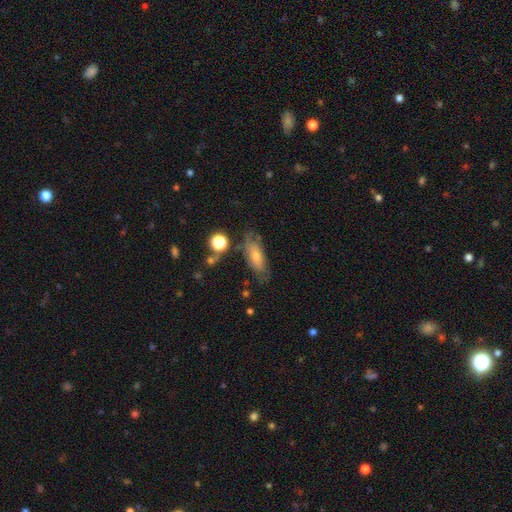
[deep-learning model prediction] smooth 64%, featured or disk 28%, star or artifact 8%. Down the decision tree: how rounded — in between (72%); merging — none (60%).